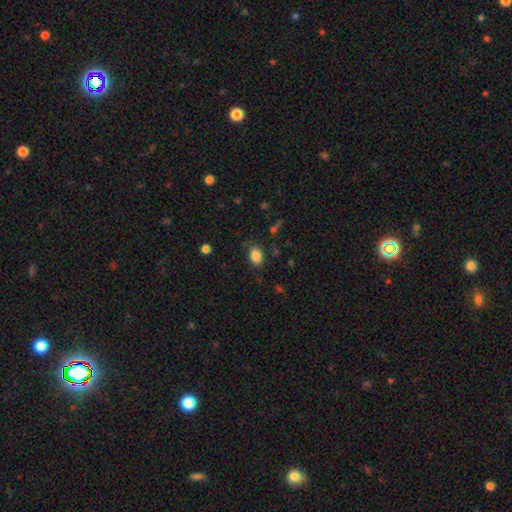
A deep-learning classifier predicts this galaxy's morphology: The model was most divided on "how rounded": in between: 76%, round: 23%, cigar-shaped: 1%. More confident: smooth or featured — smooth (85%); merging — none (78%).